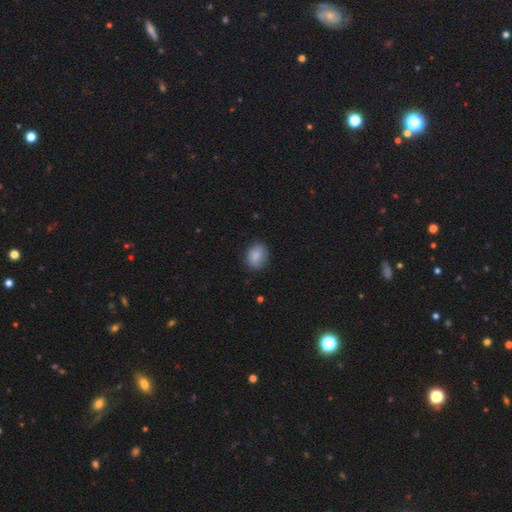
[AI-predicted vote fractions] smooth_or_featured: smooth (p=0.83) [alt: featured or disk p=0.09]
how_rounded: in between (p=0.58) [alt: round p=0.41]
merging: none (p=0.74) [alt: minor disturbance p=0.20]